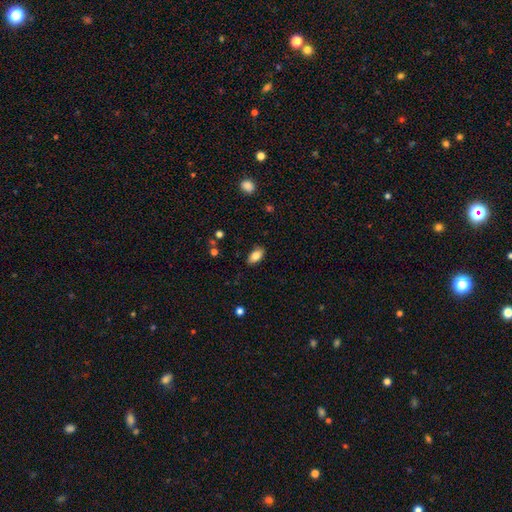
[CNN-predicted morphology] Smooth or featured? smooth (82%)
How rounded? in between (91%)
Merging? none (86%)